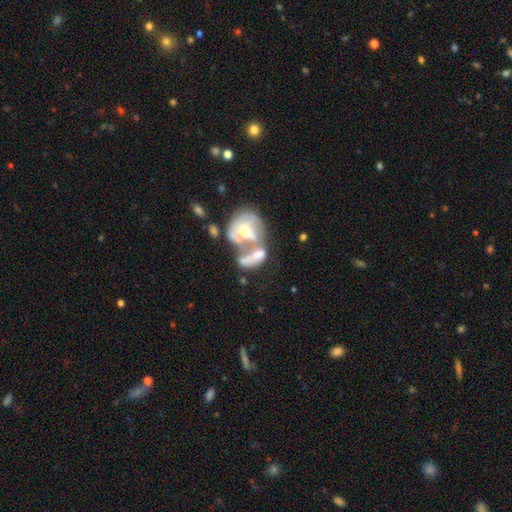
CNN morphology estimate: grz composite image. It shows a featured or disk galaxy (58%) with no bar (78%), no spiral arms (74%) and a moderate central bulge (40%). Merging: merger (57%).